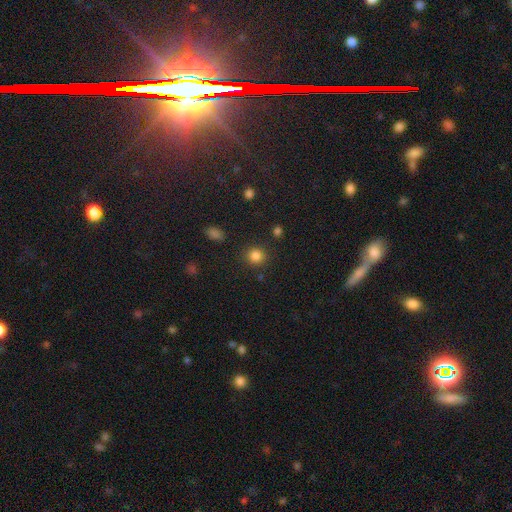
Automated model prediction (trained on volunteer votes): smooth_or_featured: smooth (p=0.84) [alt: star or artifact p=0.12]
how_rounded: round (p=0.89) [alt: in between p=0.10]
merging: none (p=0.87) [alt: minor disturbance p=0.07]